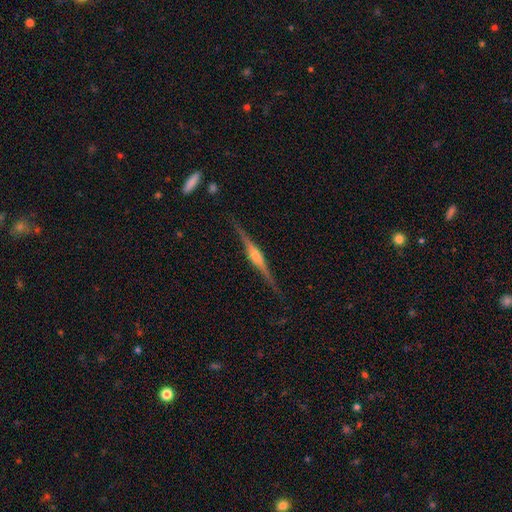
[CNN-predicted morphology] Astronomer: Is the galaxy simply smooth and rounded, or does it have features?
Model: featured or disk — 82%.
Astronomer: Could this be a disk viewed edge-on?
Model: yes — 98%.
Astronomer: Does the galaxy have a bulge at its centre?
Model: rounded — 73%.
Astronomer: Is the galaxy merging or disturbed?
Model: none — 87%.